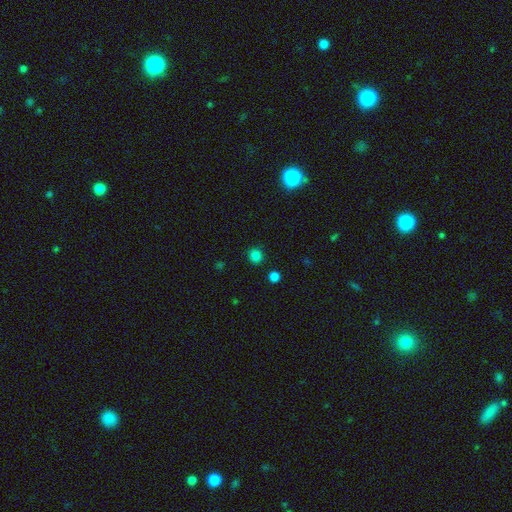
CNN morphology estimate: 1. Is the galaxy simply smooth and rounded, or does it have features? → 82% smooth, 15% star or artifact, 3% featured or disk.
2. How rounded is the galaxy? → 89% round, 10% in between, 1% cigar-shaped.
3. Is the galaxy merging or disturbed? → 88% none, 7% minor disturbance, 3% merger, 2% major disturbance.